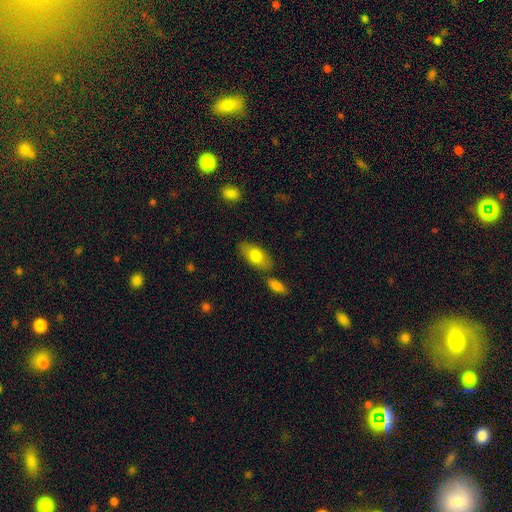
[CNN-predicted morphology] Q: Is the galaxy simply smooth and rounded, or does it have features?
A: smooth — 75%.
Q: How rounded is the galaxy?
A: in between — 90%.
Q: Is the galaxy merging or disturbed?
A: none — 77%.